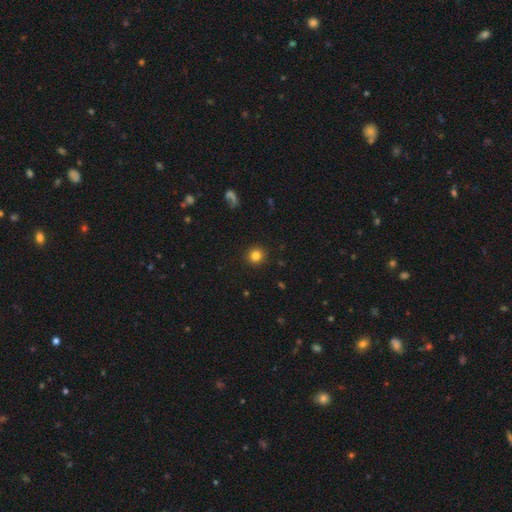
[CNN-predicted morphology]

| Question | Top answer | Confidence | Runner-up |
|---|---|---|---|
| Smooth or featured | smooth | 82% | star or artifact (11%) |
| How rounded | round | 93% | in between (6%) |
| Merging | none | 92% | minor disturbance (5%) |